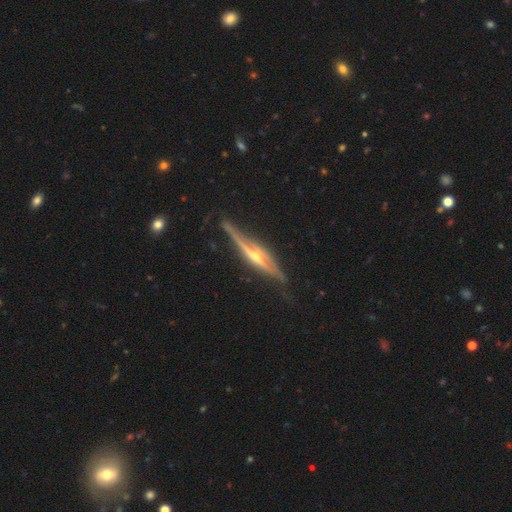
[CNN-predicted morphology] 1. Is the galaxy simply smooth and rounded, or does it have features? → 87% featured or disk, 8% smooth, 5% star or artifact.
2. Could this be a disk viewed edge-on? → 96% yes, 4% no.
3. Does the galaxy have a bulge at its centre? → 85% rounded, 8% none, 7% boxy.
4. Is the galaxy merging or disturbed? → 75% none, 18% minor disturbance, 5% major disturbance, 2% merger.